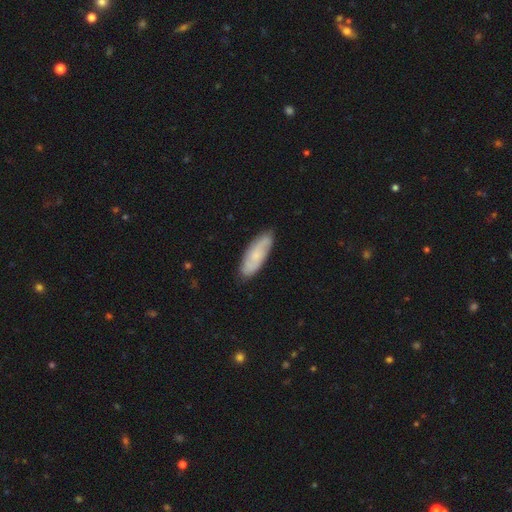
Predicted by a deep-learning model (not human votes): smooth 49%, featured or disk 44%, star or artifact 6%. Down the decision tree: merging — none (84%).